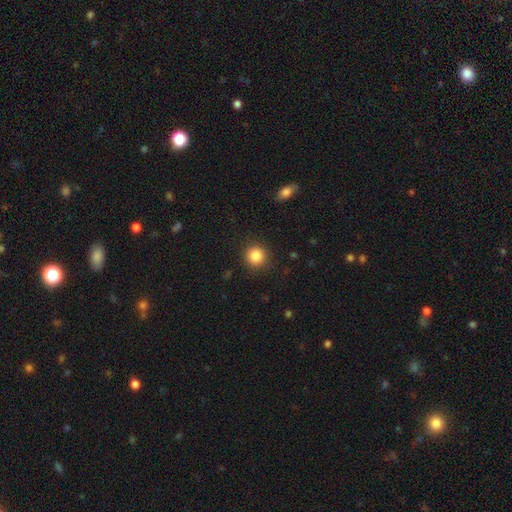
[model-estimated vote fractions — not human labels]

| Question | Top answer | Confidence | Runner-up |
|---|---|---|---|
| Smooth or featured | smooth | 86% | star or artifact (10%) |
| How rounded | round | 93% | in between (6%) |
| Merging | none | 90% | minor disturbance (7%) |